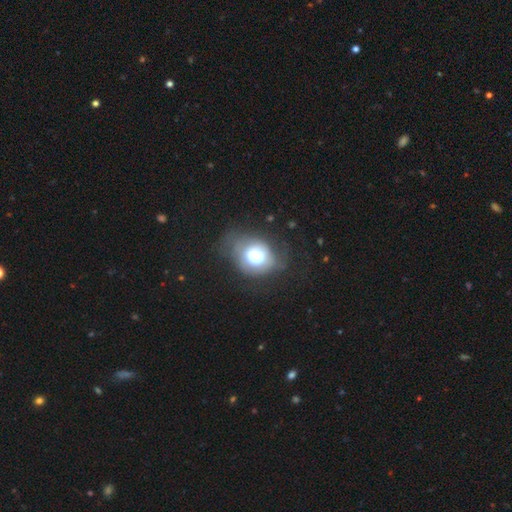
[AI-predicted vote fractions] smooth 57%, featured or disk 31%, star or artifact 11%. Down the decision tree: how rounded — round (55%); merging — none (42%).